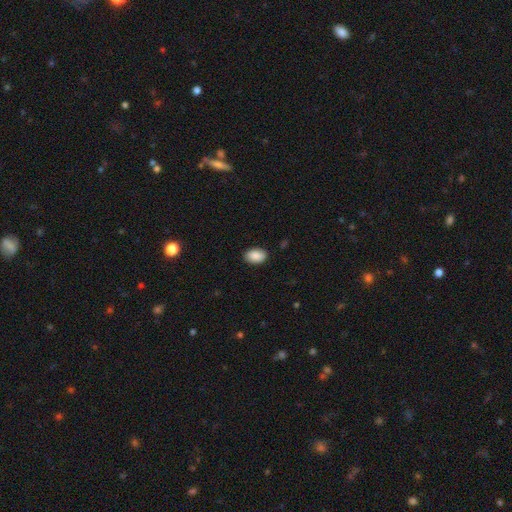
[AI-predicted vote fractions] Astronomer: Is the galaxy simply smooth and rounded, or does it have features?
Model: smooth — 90%.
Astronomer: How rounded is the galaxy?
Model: in between — 87%.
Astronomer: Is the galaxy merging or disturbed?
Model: none — 88%.